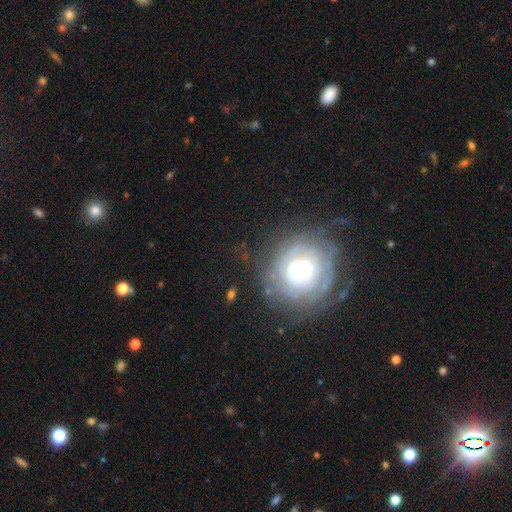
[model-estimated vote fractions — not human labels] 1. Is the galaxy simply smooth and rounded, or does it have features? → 51% featured or disk, 26% smooth, 23% star or artifact.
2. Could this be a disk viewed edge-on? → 93% no, 7% yes.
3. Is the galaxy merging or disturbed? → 76% none, 14% minor disturbance, 8% major disturbance, 2% merger.